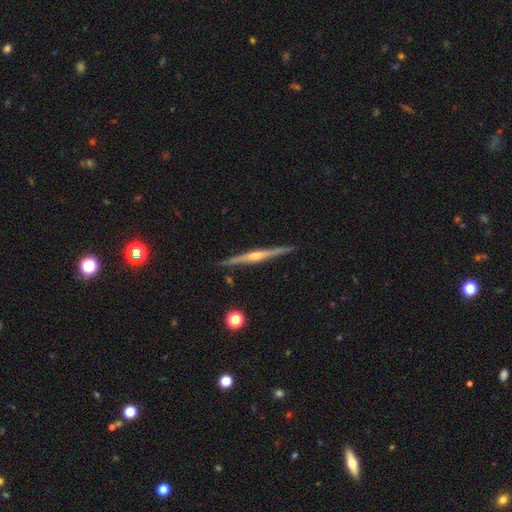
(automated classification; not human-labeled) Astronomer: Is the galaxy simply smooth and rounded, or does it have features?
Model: featured or disk — 80%.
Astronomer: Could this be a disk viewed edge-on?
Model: yes — 98%.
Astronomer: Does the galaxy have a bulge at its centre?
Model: rounded — 85%.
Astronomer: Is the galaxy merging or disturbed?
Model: none — 89%.